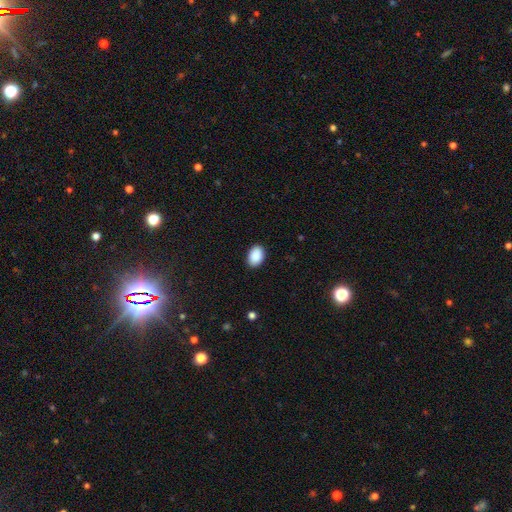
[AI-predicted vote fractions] Smooth or featured: smooth — 91% (star or artifact — 7%)
How rounded: in between — 82% (round — 17%)
Merging: none — 88% (minor disturbance — 9%)